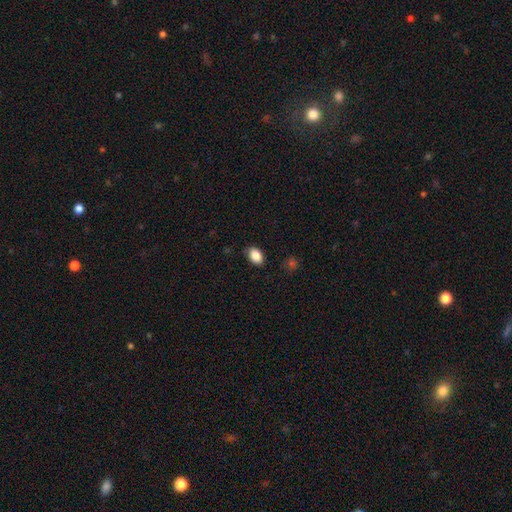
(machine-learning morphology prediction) type=smooth (87%); roundness=in between (85%); merging=none (83%).